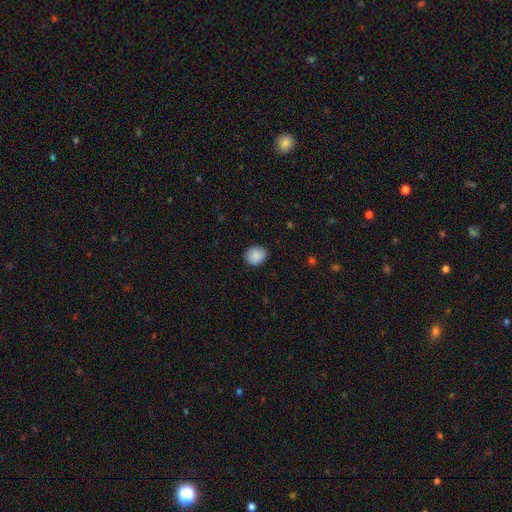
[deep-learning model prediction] The model was most divided on "how rounded": round: 67%, in between: 32%, cigar-shaped: 1%. More confident: smooth or featured — smooth (88%); merging — none (87%).